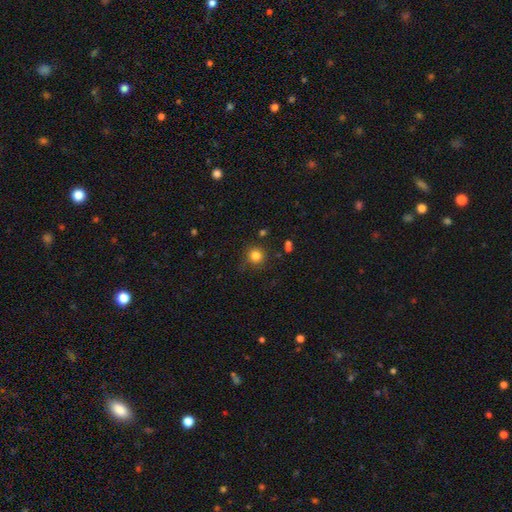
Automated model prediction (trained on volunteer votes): This appears to be a smooth galaxy with no disk features (81%) that is round (93%). Merging: none (80%).